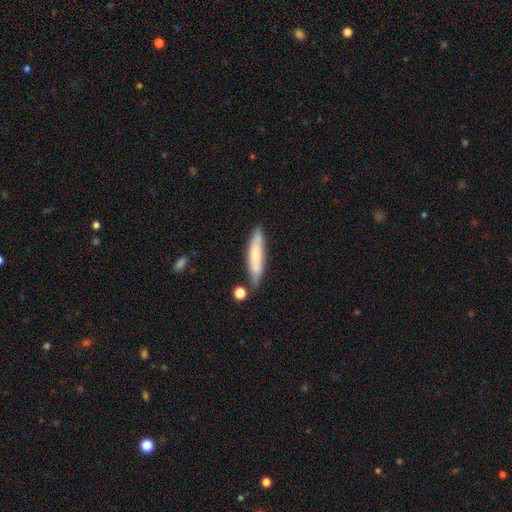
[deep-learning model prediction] Morphology: type=smooth (67%); roundness=cigar-shaped (81%); merging=none (67%).